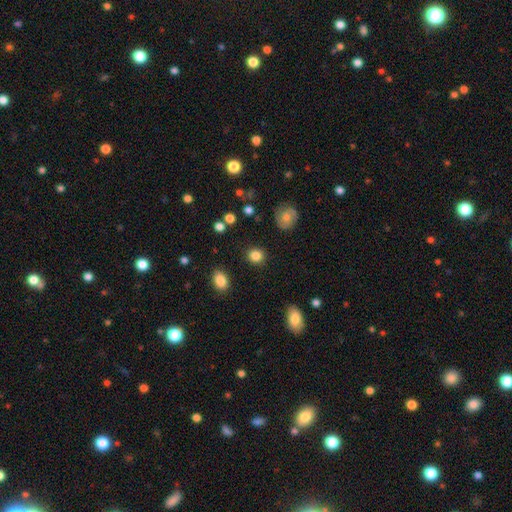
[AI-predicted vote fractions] A smooth galaxy with no disk features (85%) that is round (81%). Merging: none (88%).